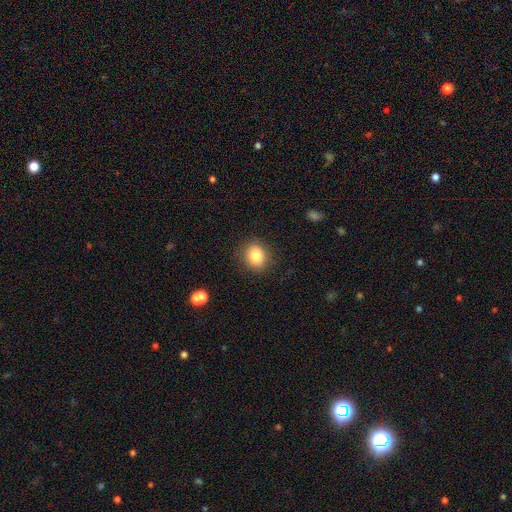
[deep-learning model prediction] smooth-or-featured: smooth: 83% | star or artifact: 10% | featured or disk: 8%
  how-rounded: round: 69% | in between: 30% | cigar-shaped: 1%
  merging: none: 86% | minor disturbance: 9% | major disturbance: 3% | merger: 1%